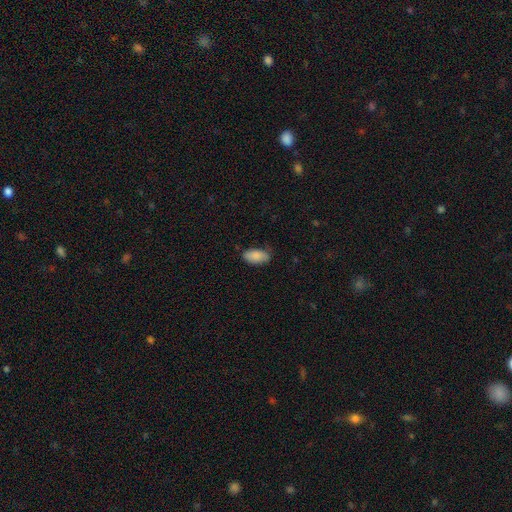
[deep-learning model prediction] smooth_or_featured: smooth (p=0.87) [alt: star or artifact p=0.07]
how_rounded: in between (p=0.93) [alt: cigar-shaped p=0.04]
merging: none (p=0.76) [alt: minor disturbance p=0.19]